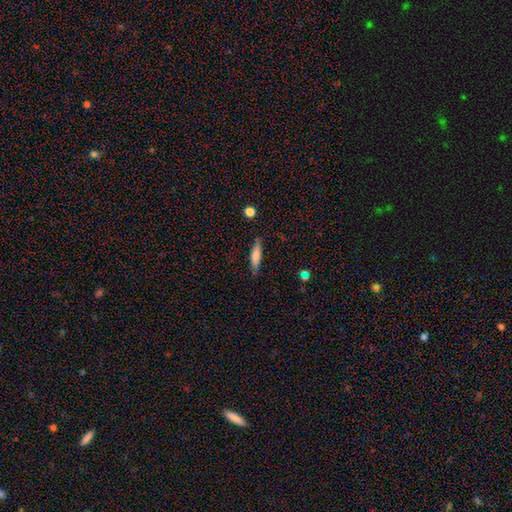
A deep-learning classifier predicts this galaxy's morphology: Smooth or featured?
  - smooth: 72% *
  - featured or disk: 21%
  - star or artifact: 7%
How rounded?
  - cigar-shaped: 70% *
  - in between: 28%
  - round: 2%
Merging?
  - none: 79% *
  - minor disturbance: 16%
  - major disturbance: 3%
  - merger: 2%